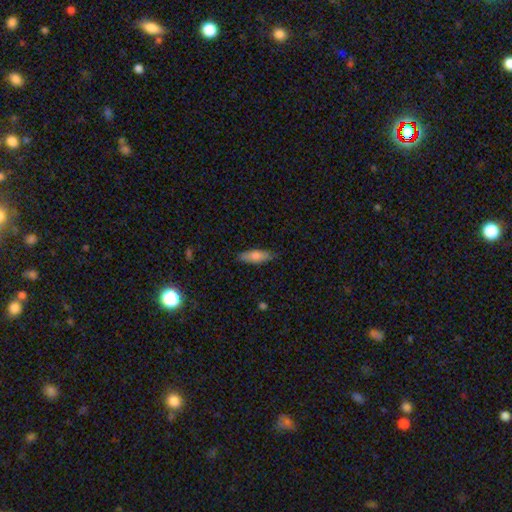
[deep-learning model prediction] A smooth galaxy with no disk features (77%) that is in between round and cigar-shaped (56%). Merging: none (81%).